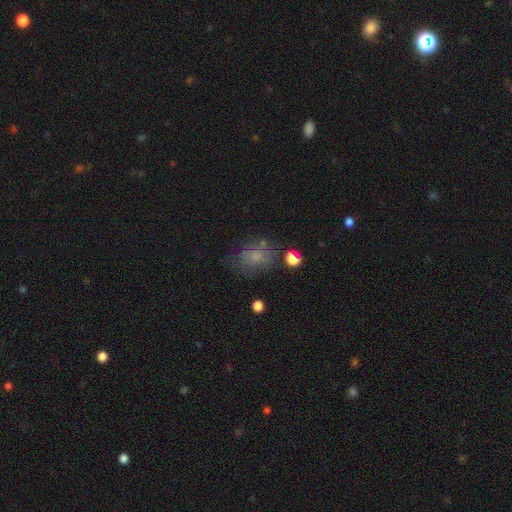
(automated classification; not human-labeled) smooth_or_featured: smooth (p=0.60) [alt: featured or disk p=0.22]
how_rounded: in between (p=0.53) [alt: round p=0.46]
merging: none (p=0.59) [alt: minor disturbance p=0.21]